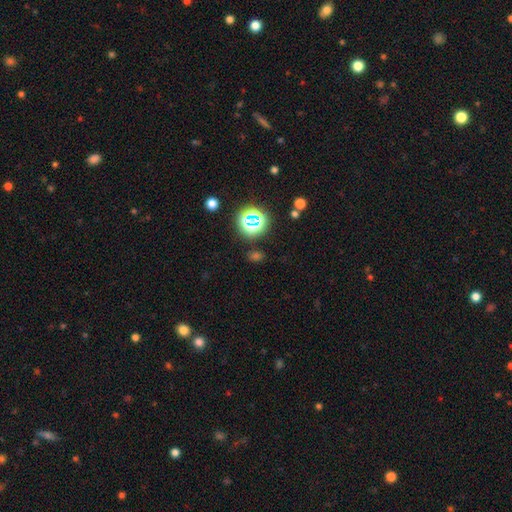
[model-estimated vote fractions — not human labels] Smooth or featured: star or artifact — 59% (smooth — 33%)